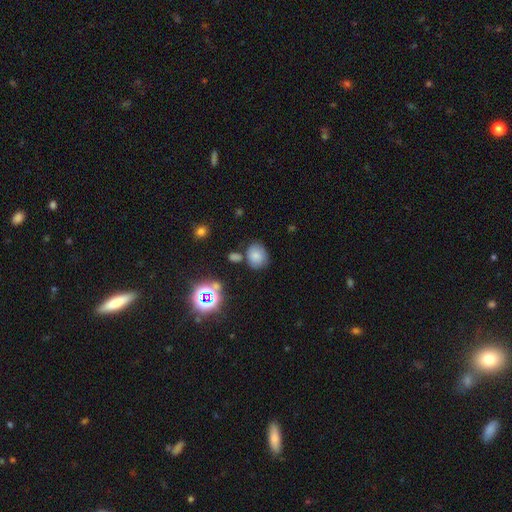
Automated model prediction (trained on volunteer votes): The model was most divided on "how rounded": round: 58%, in between: 40%, cigar-shaped: 1%. More confident: smooth or featured — smooth (71%); merging — none (65%).